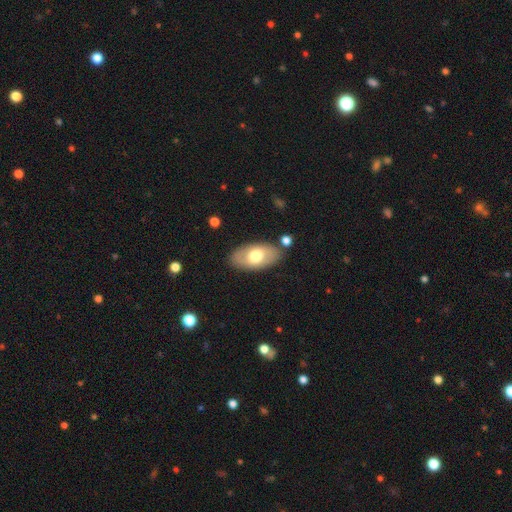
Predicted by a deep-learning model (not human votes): Smooth or featured: smooth — 61% (featured or disk — 33%)
How rounded: in between — 93% (round — 4%)
Merging: none — 81% (minor disturbance — 12%)